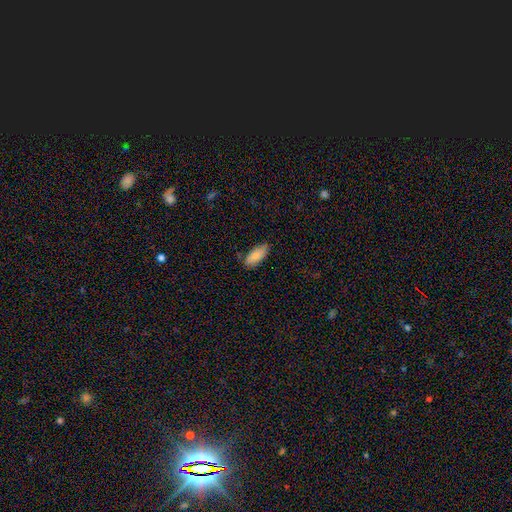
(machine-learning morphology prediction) Smooth or featured? Predicted: smooth (p=0.82). How rounded? Predicted: in between (p=0.87). Merging? Predicted: none (p=0.74).